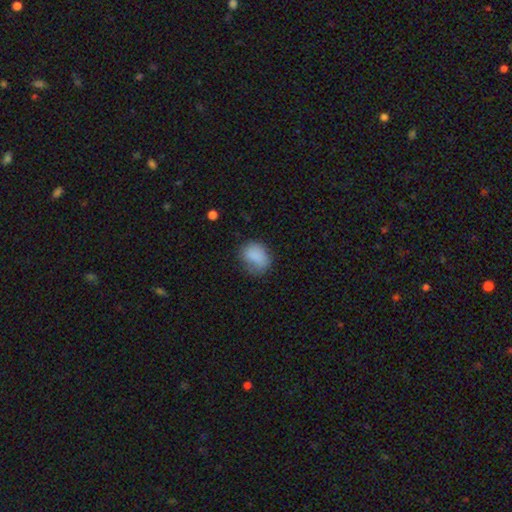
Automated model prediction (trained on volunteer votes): Smooth or featured? smooth (83%)
How rounded? in between (57%)
Merging? none (57%)